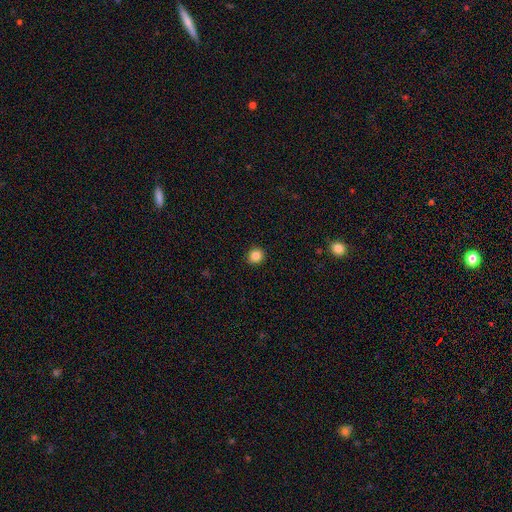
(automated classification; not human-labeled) Overall: smooth (85%). How rounded: round (91%). Merging: none (93%).